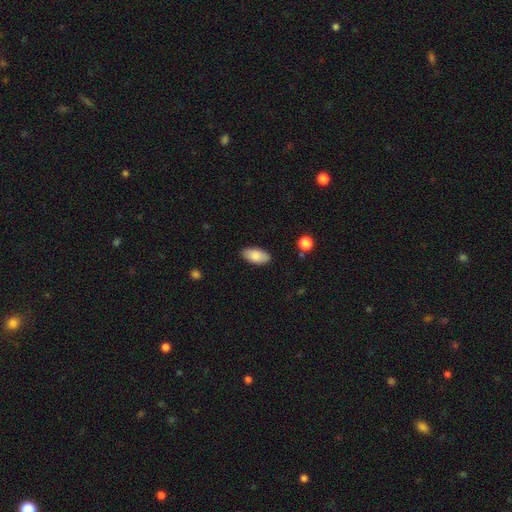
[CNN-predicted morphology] The model was most divided on "smooth or featured": smooth: 84%, featured or disk: 9%, star or artifact: 7%. More confident: how rounded — in between (94%); merging — none (87%).